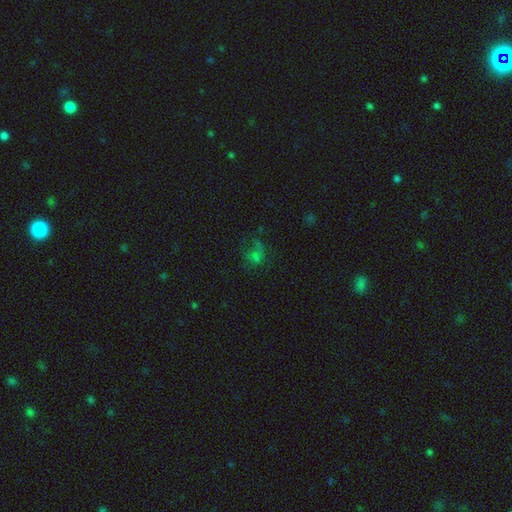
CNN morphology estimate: smooth 41%, star or artifact 35%, featured or disk 24%. Down the decision tree: merging — none (42%).